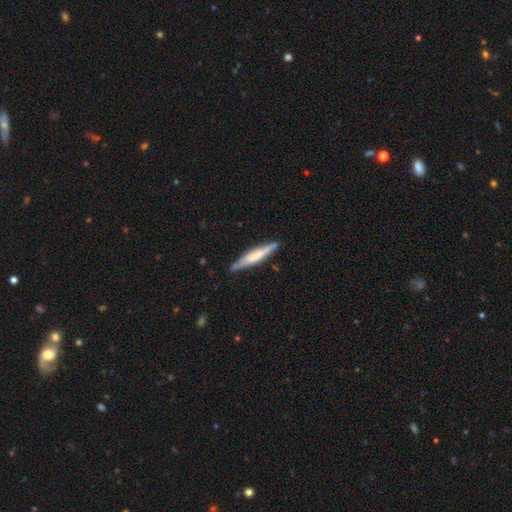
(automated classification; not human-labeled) This is possibly a smooth galaxy (53%). How rounded: clearly cigar-shaped (92%). Merging: clearly none (84%).